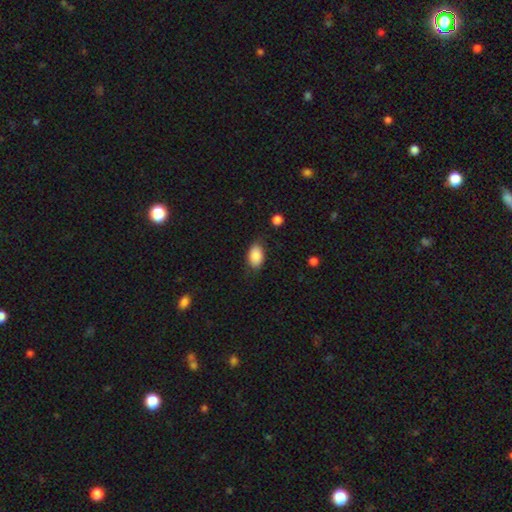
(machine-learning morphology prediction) smooth-or-featured: smooth: 87% | star or artifact: 7% | featured or disk: 6%
  how-rounded: in between: 91% | round: 8% | cigar-shaped: 2%
  merging: none: 75% | minor disturbance: 19% | major disturbance: 5% | merger: 2%